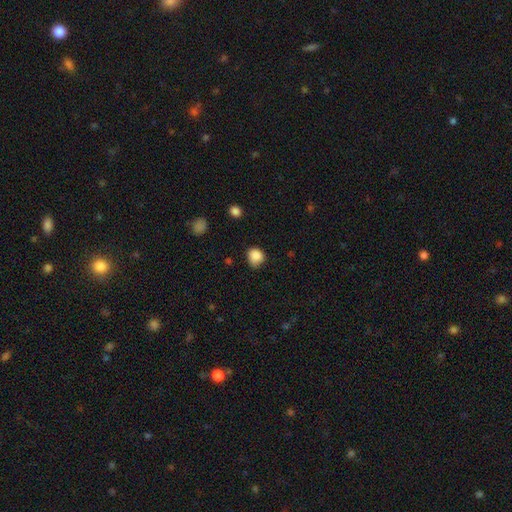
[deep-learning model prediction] smooth-or-featured: smooth: 86% | star or artifact: 10% | featured or disk: 4%
  how-rounded: round: 72% | in between: 27% | cigar-shaped: 1%
  merging: none: 61% | minor disturbance: 31% | major disturbance: 6% | merger: 2%